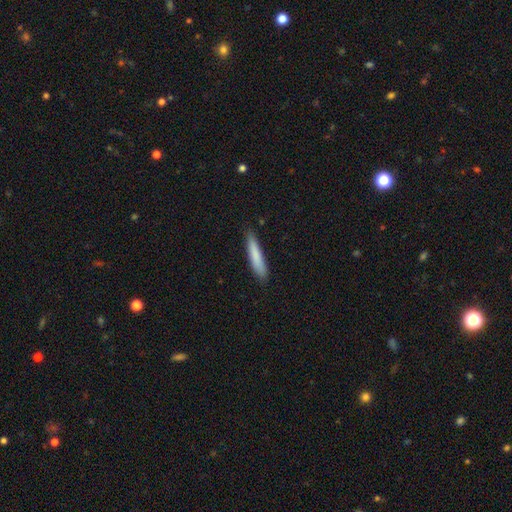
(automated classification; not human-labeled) The model was most divided on "smooth or featured": smooth: 82%, featured or disk: 12%, star or artifact: 6%. More confident: how rounded — cigar-shaped (89%); merging — none (85%).